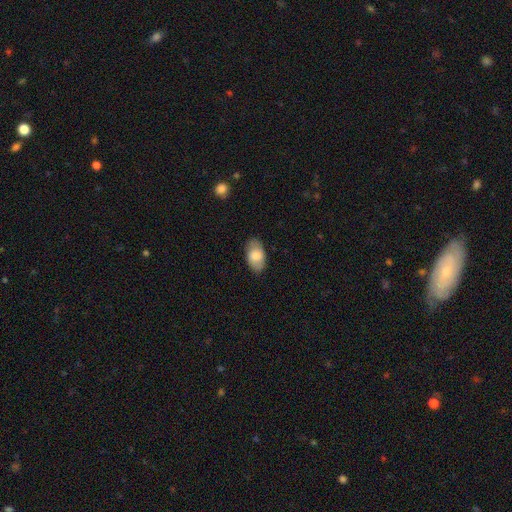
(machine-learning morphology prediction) smooth 77%, featured or disk 17%, star or artifact 6%. Down the decision tree: how rounded — in between (94%); merging — none (84%).